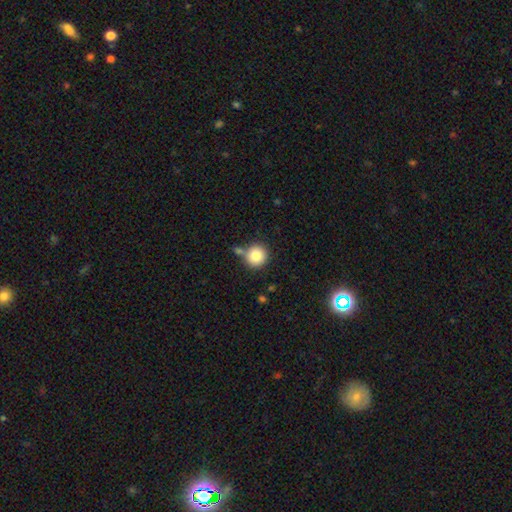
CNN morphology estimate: A smooth galaxy with no disk features (83%) that is round (92%). Merging: none (69%).